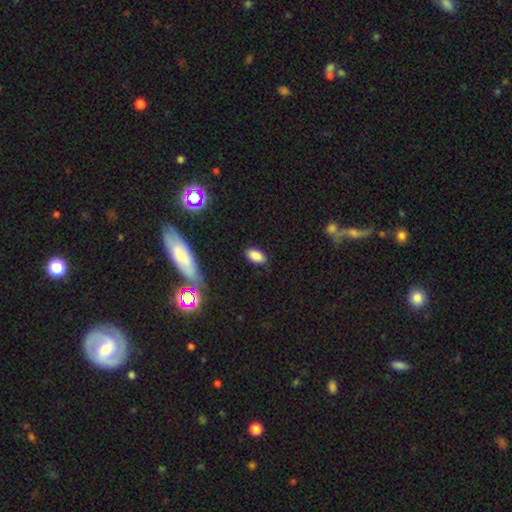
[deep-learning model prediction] Smooth or featured?
  - smooth: 85% *
  - star or artifact: 10%
  - featured or disk: 5%
How rounded?
  - in between: 92% *
  - round: 4%
  - cigar-shaped: 3%
Merging?
  - none: 82% *
  - minor disturbance: 13%
  - major disturbance: 3%
  - merger: 2%